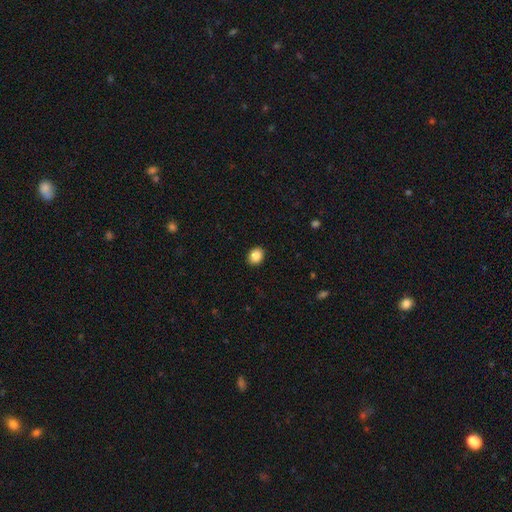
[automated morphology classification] Overall: smooth (87%). How rounded: round (51%; in between 48%). Merging: none (91%).